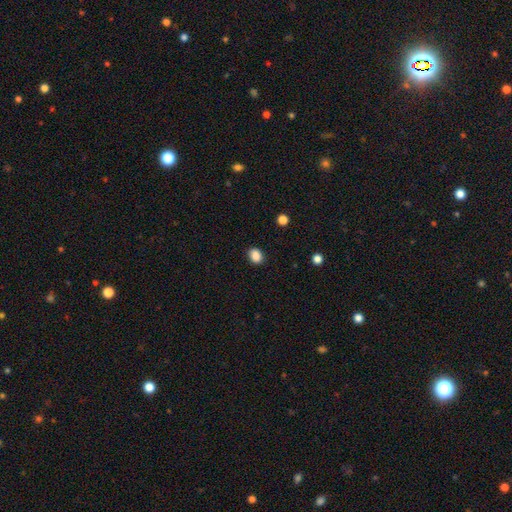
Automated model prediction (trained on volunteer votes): smooth_or_featured: smooth (p=0.87) [alt: star or artifact p=0.10]
how_rounded: in between (p=0.59) [alt: round p=0.40]
merging: none (p=0.87) [alt: minor disturbance p=0.09]